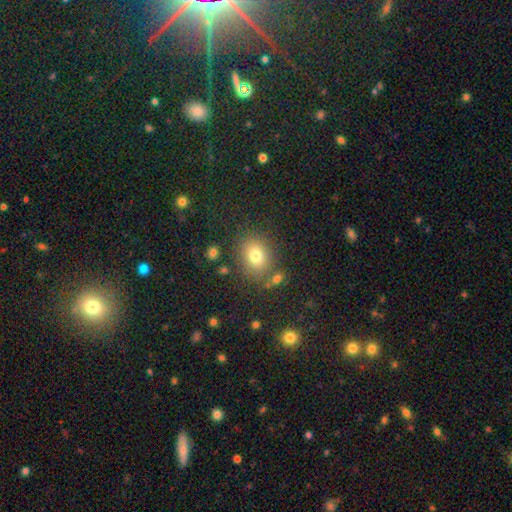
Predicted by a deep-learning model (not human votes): This appears to be a smooth galaxy with no disk features (77%) that is round (55%). Merging: none (79%).